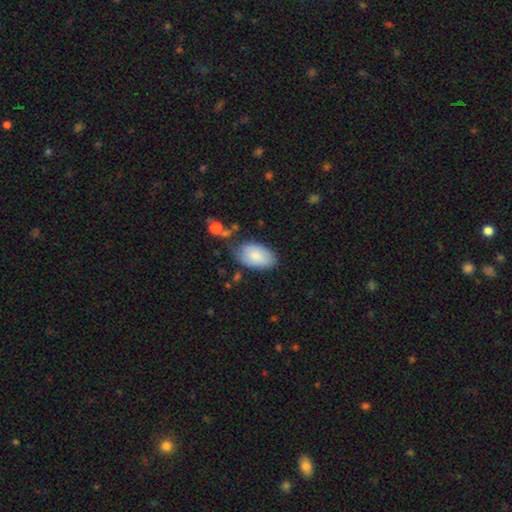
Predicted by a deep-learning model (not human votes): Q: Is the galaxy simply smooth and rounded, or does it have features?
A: smooth — 80%.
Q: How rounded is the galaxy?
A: in between — 94%.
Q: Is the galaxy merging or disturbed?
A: none — 68%.